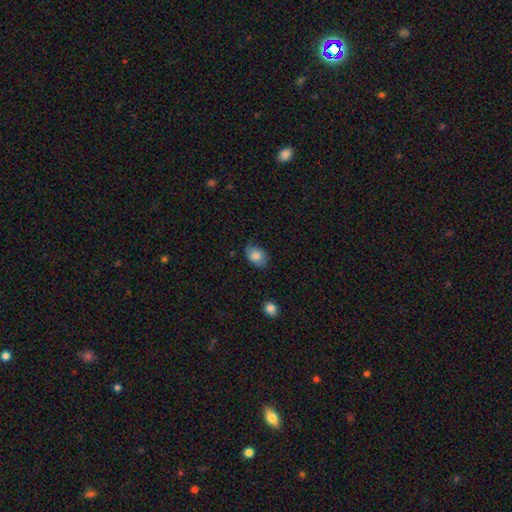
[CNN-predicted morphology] A smooth galaxy with no disk features (84%) that is in between round and cigar-shaped (79%).

Vote fractions:
- Smooth or featured? smooth: 84% / featured or disk: 8% / star or artifact: 8%
- How rounded? in between: 79% / round: 20% / cigar-shaped: 1%
- Merging? none: 74% / minor disturbance: 21% / major disturbance: 4% / merger: 1%